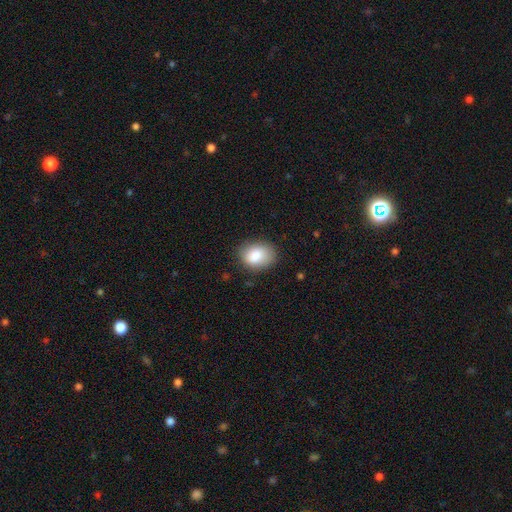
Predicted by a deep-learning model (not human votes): Smooth or featured? Predicted: smooth (p=0.86). How rounded? Predicted: in between (p=0.67). Merging? Predicted: none (p=0.79).